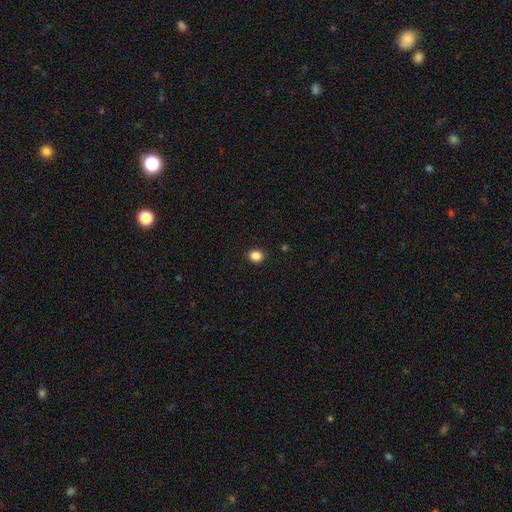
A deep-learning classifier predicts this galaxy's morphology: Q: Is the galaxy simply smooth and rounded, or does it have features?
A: smooth — 86%.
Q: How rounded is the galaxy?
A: round — 74%.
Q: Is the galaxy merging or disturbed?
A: none — 92%.